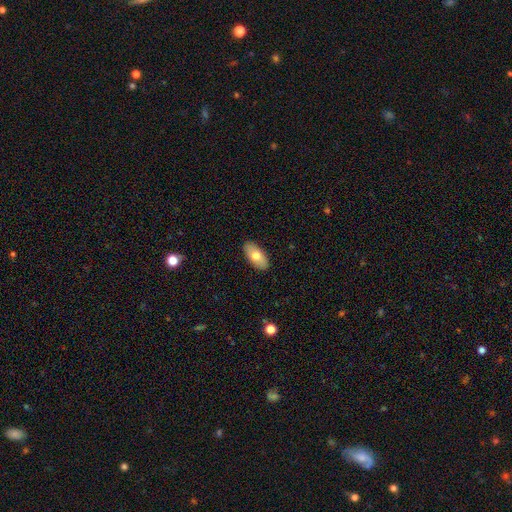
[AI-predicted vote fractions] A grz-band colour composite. It shows a smooth galaxy with no disk features (72%) that is in between round and cigar-shaped (91%). Merging: none (89%).